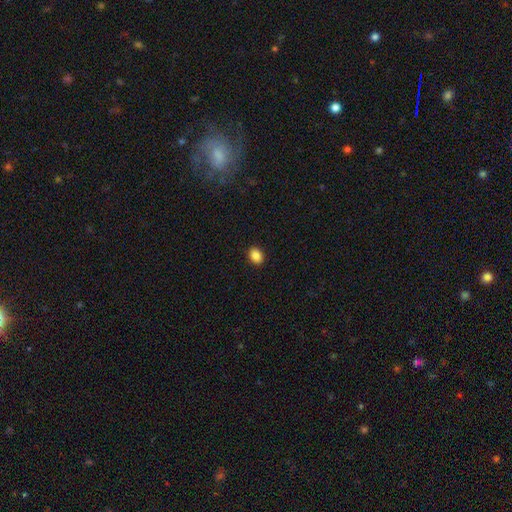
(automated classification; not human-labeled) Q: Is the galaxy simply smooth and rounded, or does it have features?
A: smooth — 87%.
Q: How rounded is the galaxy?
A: in between — 61%.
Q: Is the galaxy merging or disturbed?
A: none — 91%.